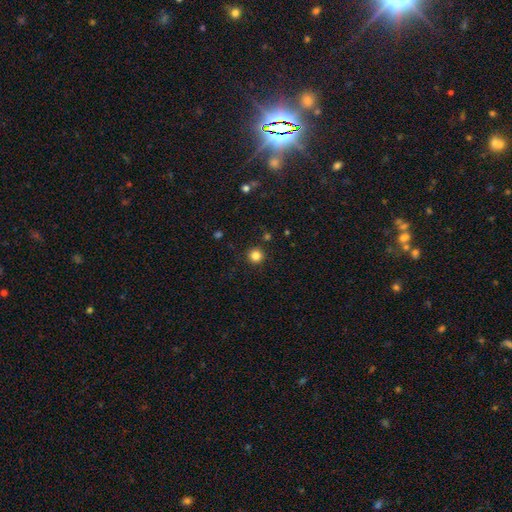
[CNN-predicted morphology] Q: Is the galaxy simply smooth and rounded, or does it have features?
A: smooth — 83%.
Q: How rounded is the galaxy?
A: round — 96%.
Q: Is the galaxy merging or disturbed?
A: none — 92%.